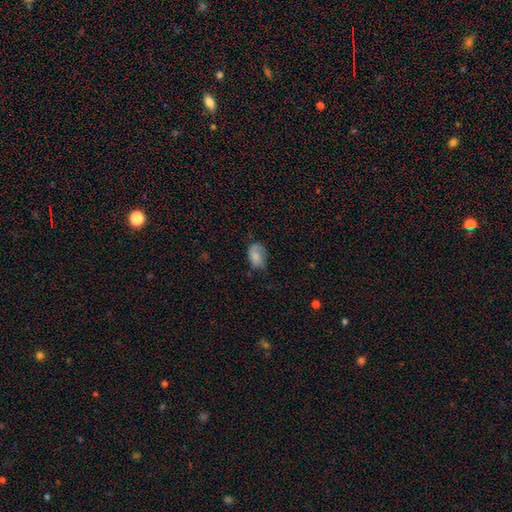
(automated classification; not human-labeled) Q: Smooth or featured?
A: smooth (69%); runner-up: featured or disk (22%)
Q: How rounded?
A: in between (86%); runner-up: round (13%)
Q: Merging?
A: none (44%); runner-up: minor disturbance (34%)